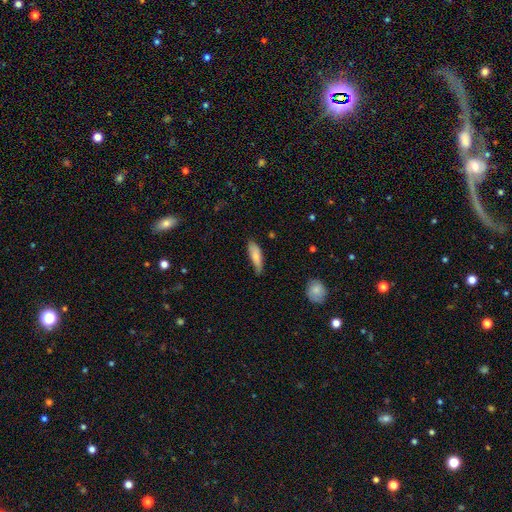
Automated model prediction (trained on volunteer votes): Smooth or featured? Predicted: smooth (p=0.79). How rounded? Predicted: cigar-shaped (p=0.52). Merging? Predicted: none (p=0.57).